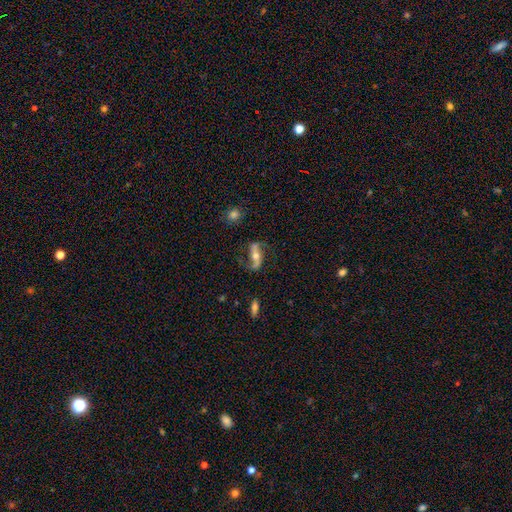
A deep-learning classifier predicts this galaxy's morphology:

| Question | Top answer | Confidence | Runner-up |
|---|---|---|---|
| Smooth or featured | featured or disk | 82% | smooth (11%) |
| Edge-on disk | no | 89% | yes (11%) |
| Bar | strong | 41% | no (34%) |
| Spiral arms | yes | 94% | no (6%) |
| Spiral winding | loose | 74% | medium (20%) |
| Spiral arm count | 2 | 93% | 1 (2%) |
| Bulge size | moderate | 63% | small (26%) |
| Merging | none | 75% | minor disturbance (14%) |